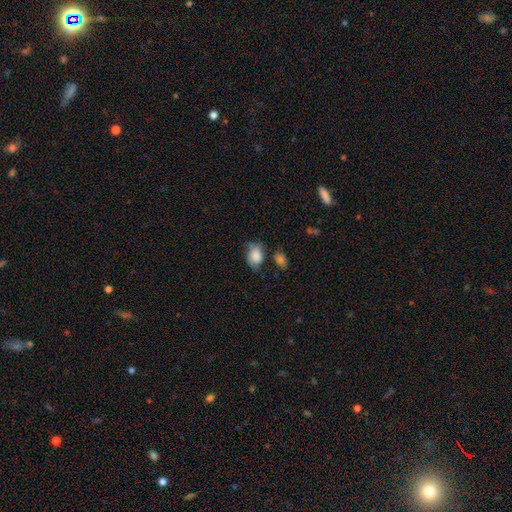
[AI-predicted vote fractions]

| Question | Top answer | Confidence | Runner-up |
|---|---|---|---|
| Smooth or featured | smooth | 72% | featured or disk (19%) |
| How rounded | in between | 75% | round (24%) |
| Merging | none | 42% | minor disturbance (32%) |